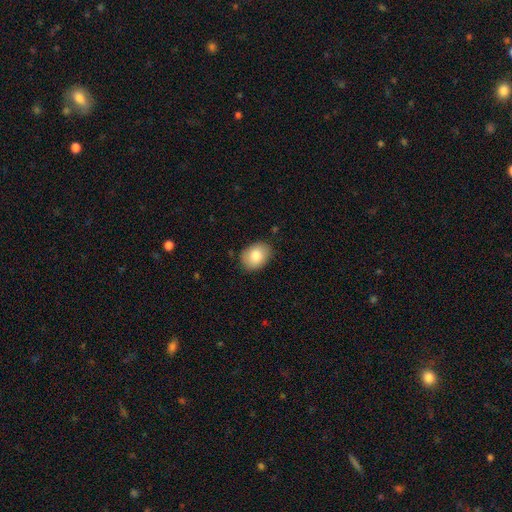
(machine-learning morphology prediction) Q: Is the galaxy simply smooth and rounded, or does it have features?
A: smooth — 84%.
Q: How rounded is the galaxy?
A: in between — 73%.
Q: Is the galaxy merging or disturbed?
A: none — 84%.